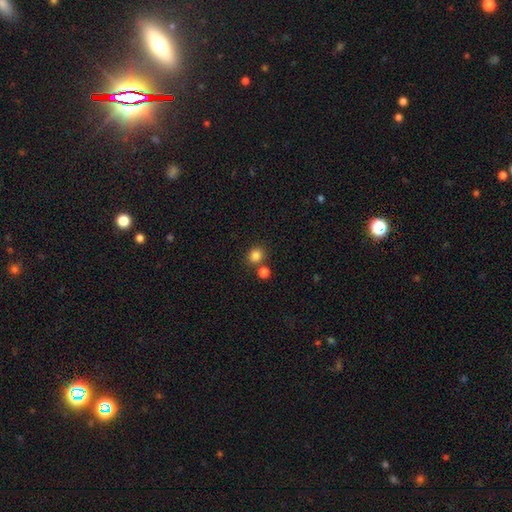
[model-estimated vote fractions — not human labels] smooth 83%, star or artifact 12%, featured or disk 5%. Down the decision tree: how rounded — round (82%); merging — none (73%).